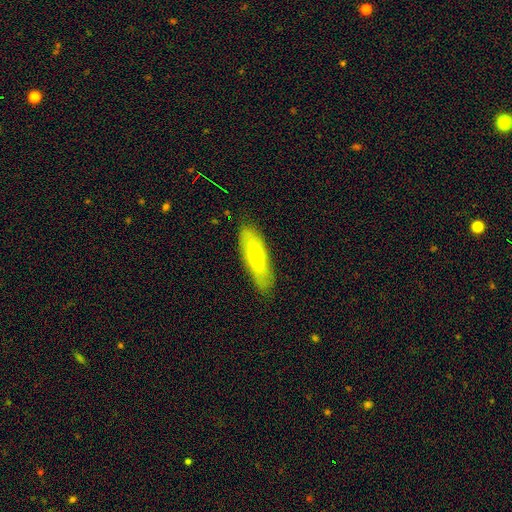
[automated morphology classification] Smooth or featured? Predicted: smooth (p=0.63). How rounded? Predicted: in between (p=0.49). Merging? Predicted: none (p=0.84).